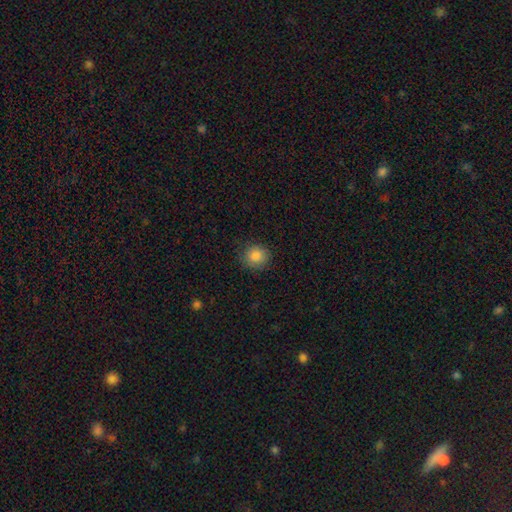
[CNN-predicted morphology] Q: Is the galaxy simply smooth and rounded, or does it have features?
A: smooth — 85%.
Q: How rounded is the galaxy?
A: round — 88%.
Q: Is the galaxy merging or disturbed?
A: none — 87%.